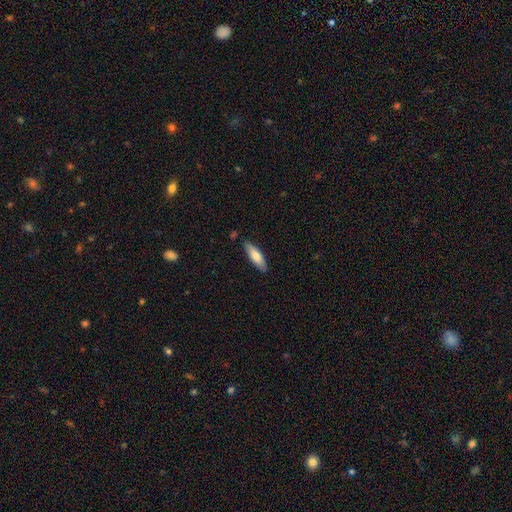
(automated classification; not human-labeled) The model was most divided on "how rounded": cigar-shaped: 50%, in between: 49%, round: 2%. More confident: merging — none (80%); smooth or featured — smooth (73%).